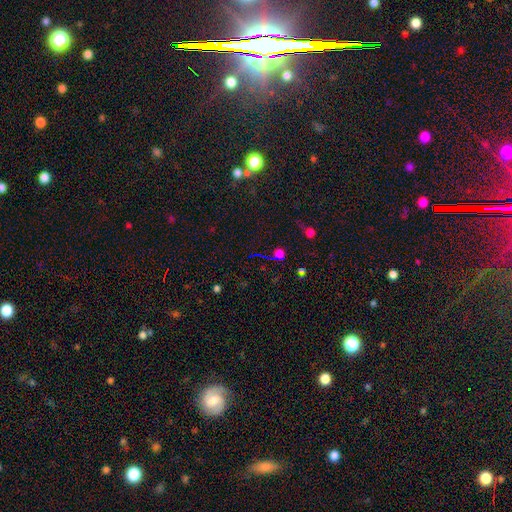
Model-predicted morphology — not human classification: The model was most divided on "smooth or featured": star or artifact: 69%, smooth: 20%, featured or disk: 11%.